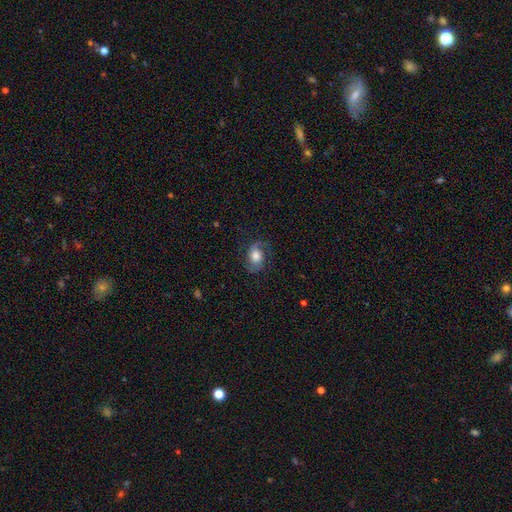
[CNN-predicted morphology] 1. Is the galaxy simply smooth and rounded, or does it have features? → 59% featured or disk, 32% smooth, 9% star or artifact.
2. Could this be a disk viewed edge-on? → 96% no, 4% yes.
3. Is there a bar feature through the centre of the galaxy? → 65% no, 28% weak, 8% strong.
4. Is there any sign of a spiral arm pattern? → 90% yes, 10% no.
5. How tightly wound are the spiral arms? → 45% medium, 38% loose, 17% tight.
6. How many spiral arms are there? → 85% 2, 7% 1, 5% can't tell, 1% 3, 1% 4, 1% more than 4.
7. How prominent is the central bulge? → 42% moderate, 41% large, 8% small, 6% dominant, 3% none.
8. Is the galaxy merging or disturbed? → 70% none, 18% minor disturbance, 10% major disturbance, 1% merger.